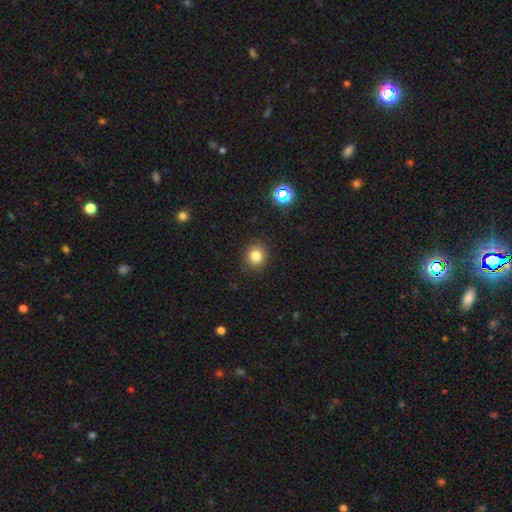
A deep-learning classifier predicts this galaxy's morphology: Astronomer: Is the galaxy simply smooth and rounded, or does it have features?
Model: smooth — 81%.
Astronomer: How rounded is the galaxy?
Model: round — 83%.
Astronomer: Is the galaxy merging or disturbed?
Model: none — 89%.